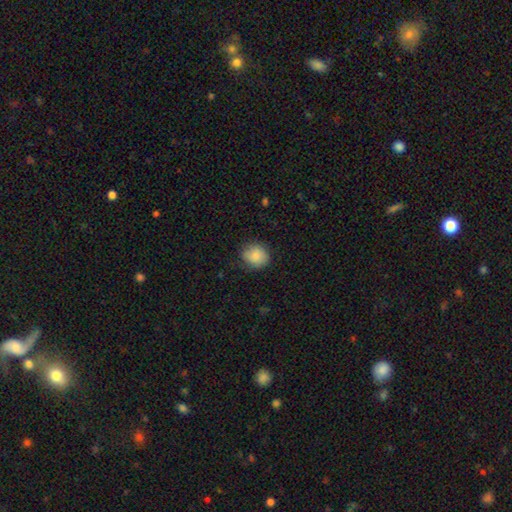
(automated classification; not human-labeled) Smooth or featured: smooth — 87% (star or artifact — 7%)
How rounded: round — 75% (in between — 24%)
Merging: none — 79% (minor disturbance — 16%)